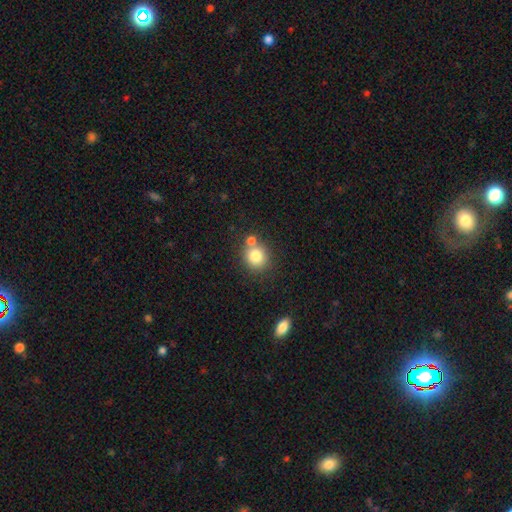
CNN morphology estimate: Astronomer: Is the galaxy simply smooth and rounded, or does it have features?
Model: smooth — 81%.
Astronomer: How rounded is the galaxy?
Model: round — 86%.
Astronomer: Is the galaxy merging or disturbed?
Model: none — 62%.